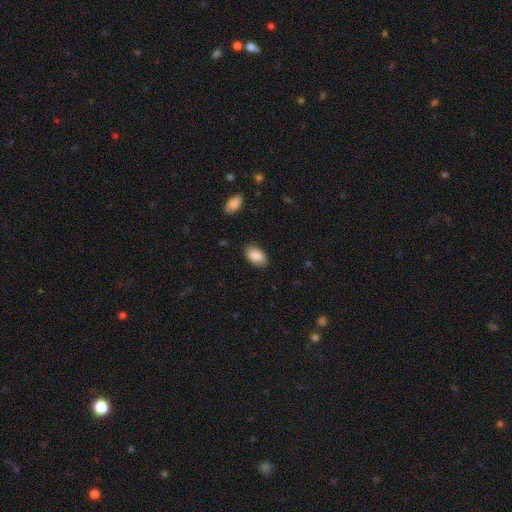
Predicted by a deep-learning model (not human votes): A smooth galaxy with no disk features (88%) that is in between round and cigar-shaped (93%).

Vote fractions:
- Smooth or featured? smooth: 88% / star or artifact: 7% / featured or disk: 5%
- How rounded? in between: 93% / round: 5% / cigar-shaped: 2%
- Merging? none: 84% / minor disturbance: 12% / major disturbance: 3% / merger: 1%